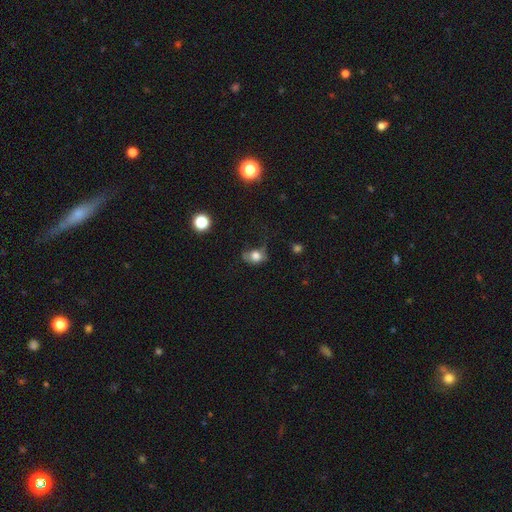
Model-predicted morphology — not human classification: The model was most divided on "merging": major disturbance: 35%, none: 32%, minor disturbance: 30%, merger: 4%. More confident: smooth or featured — smooth (71%); how rounded — in between (54%).